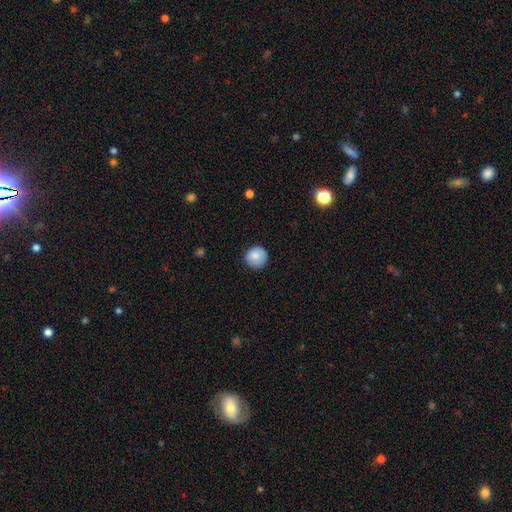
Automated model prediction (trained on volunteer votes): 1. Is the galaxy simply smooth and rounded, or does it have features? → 83% smooth, 9% featured or disk, 8% star or artifact.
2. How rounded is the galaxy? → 94% round, 5% in between, 1% cigar-shaped.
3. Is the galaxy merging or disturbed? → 86% none, 11% minor disturbance, 2% major disturbance, 1% merger.